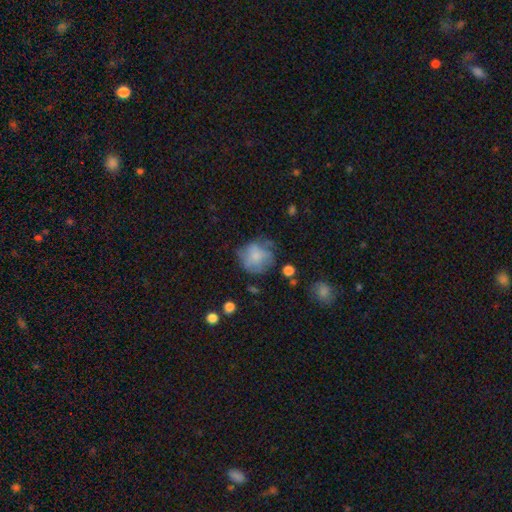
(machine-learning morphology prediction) smooth-or-featured: smooth: 63% | featured or disk: 28% | star or artifact: 10%
  how-rounded: round: 79% | in between: 20% | cigar-shaped: 1%
  merging: none: 50% | minor disturbance: 27% | major disturbance: 19% | merger: 4%